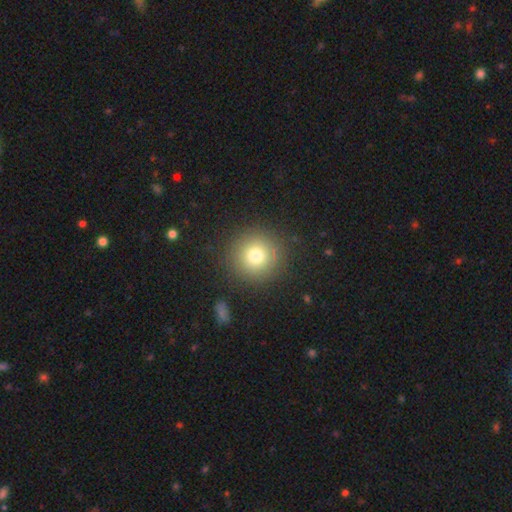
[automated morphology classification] This is likely a smooth galaxy (75%). How rounded: clearly round (94%). Merging: clearly none (87%).